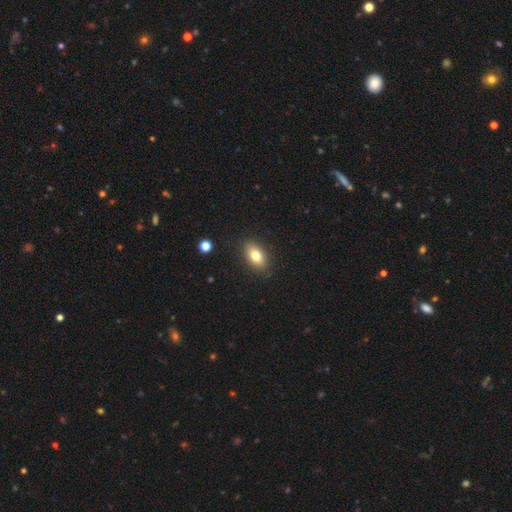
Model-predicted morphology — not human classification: This appears to be a smooth galaxy with no disk features (78%) that is in between round and cigar-shaped (87%). Merging: none (88%).